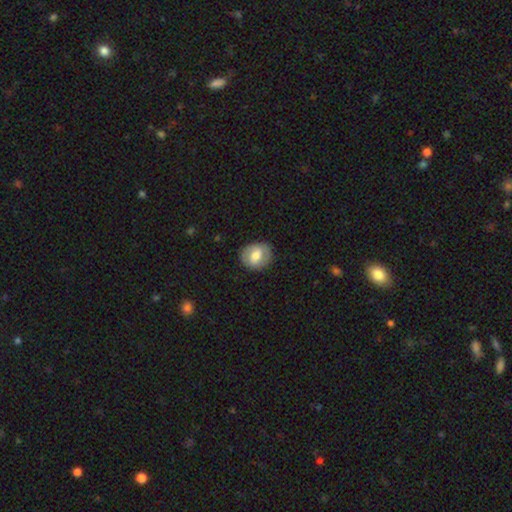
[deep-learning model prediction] This is likely a smooth galaxy (60%). How rounded: likely round (62%). Merging: clearly none (84%).